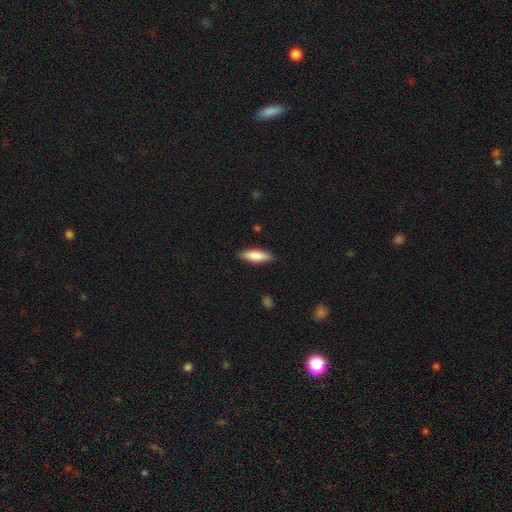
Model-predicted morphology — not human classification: The model was most divided on "how rounded": in between: 58%, cigar-shaped: 40%, round: 2%. More confident: merging — none (88%); smooth or featured — smooth (85%).